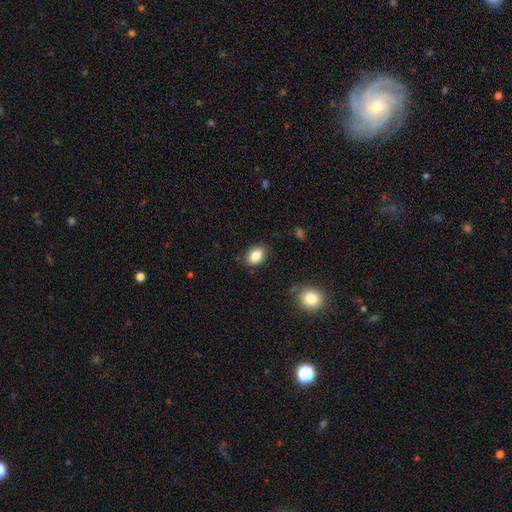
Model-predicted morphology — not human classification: Smooth or featured?
  - smooth: 84% *
  - star or artifact: 9%
  - featured or disk: 7%
How rounded?
  - in between: 76% *
  - round: 22%
  - cigar-shaped: 1%
Merging?
  - none: 85% *
  - minor disturbance: 11%
  - major disturbance: 3%
  - merger: 1%